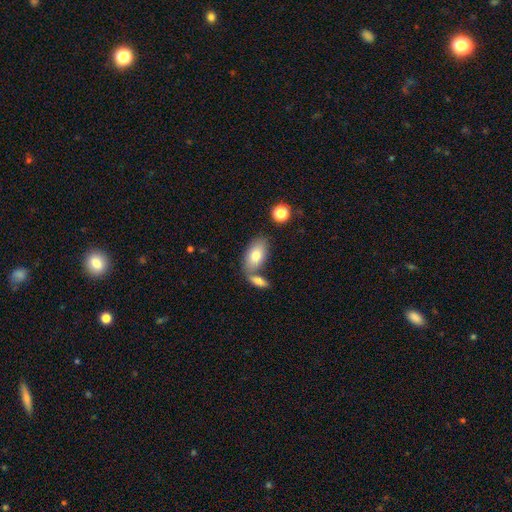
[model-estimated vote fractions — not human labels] Morphology: type=smooth (76%); roundness=in between (92%); merging=none (57%).